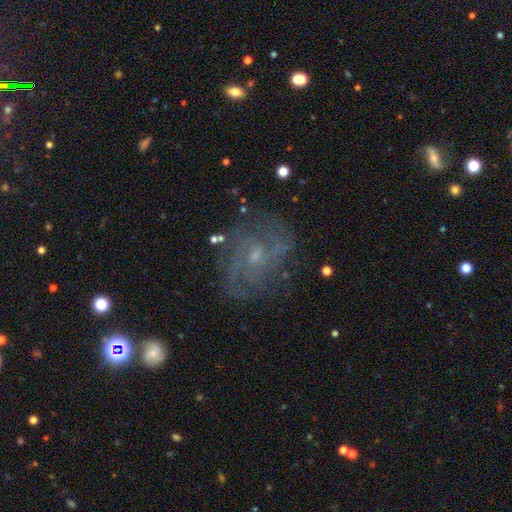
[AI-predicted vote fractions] A featured or disk galaxy (71%) with no bar (62%), medium (43%) spiral arms (87%) and a small central bulge (65%).

Vote fractions:
- Smooth or featured? featured or disk: 71% / star or artifact: 15% / smooth: 14%
- Edge-on disk? no: 97% / yes: 3%
- Bar? no: 62% / weak: 33% / strong: 5%
- Spiral arms? yes: 87% / no: 13%
- Spiral winding? medium: 43% / tight: 35% / loose: 22%
- Spiral arm count? can't tell: 38% / 2: 28% / 3: 14% / 4: 8% / more than 4: 6% / 1: 6%
- Bulge size? small: 65% / moderate: 27% / none: 5% / large: 1% / dominant: 1%
- Merging? none: 72% / minor disturbance: 16% / major disturbance: 10% / merger: 2%